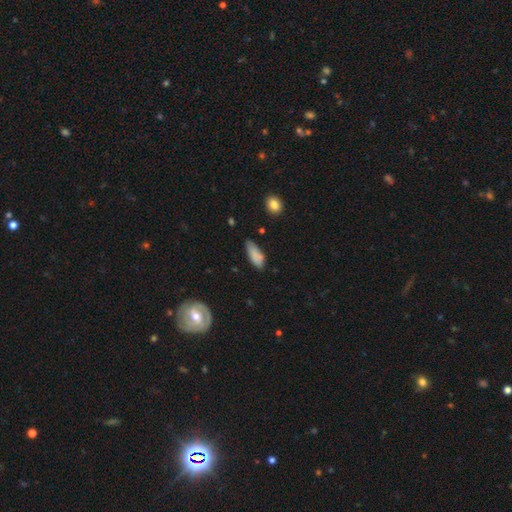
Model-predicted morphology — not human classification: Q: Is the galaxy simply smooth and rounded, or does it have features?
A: smooth — 84%.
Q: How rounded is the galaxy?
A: in between — 80%.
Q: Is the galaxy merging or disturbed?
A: none — 60%.